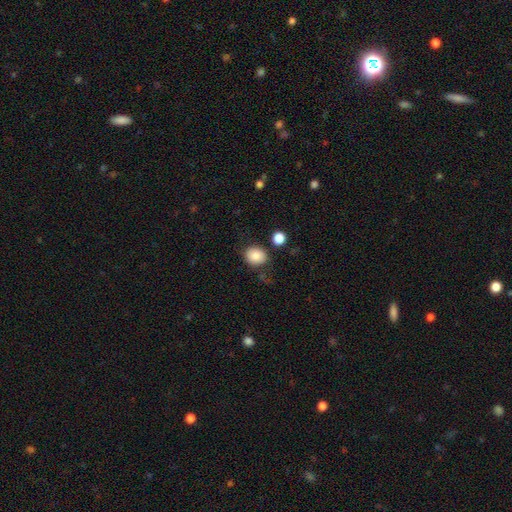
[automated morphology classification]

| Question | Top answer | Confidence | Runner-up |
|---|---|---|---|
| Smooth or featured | smooth | 85% | star or artifact (9%) |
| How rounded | round | 70% | in between (29%) |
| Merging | none | 79% | minor disturbance (13%) |